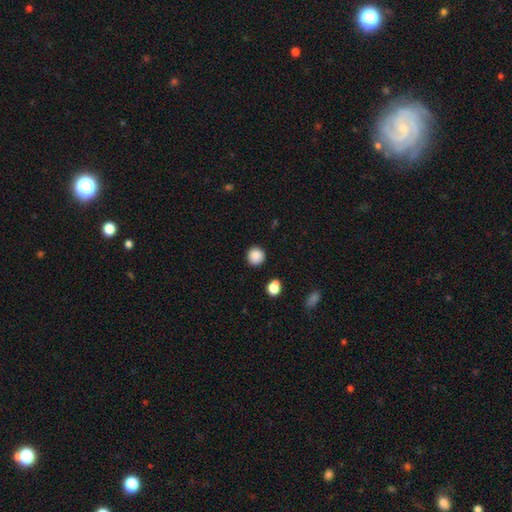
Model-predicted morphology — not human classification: Smooth or featured: smooth — 87% (star or artifact — 10%)
How rounded: round — 94% (in between — 5%)
Merging: none — 89% (minor disturbance — 7%)